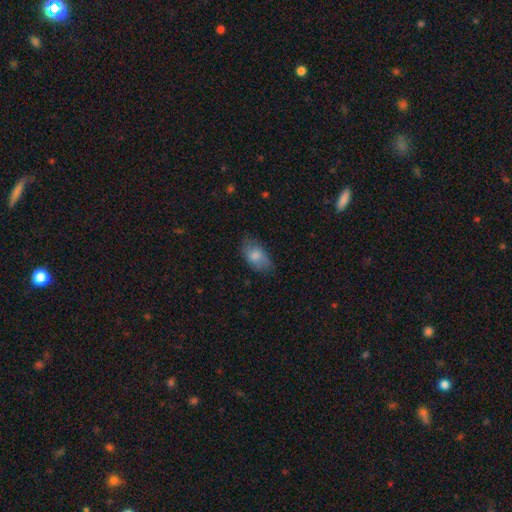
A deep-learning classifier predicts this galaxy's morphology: A smooth galaxy with no disk features (75%) that is in between round and cigar-shaped (91%).

Vote fractions:
- Smooth or featured? smooth: 75% / featured or disk: 18% / star or artifact: 7%
- How rounded? in between: 91% / round: 7% / cigar-shaped: 2%
- Merging? none: 63% / minor disturbance: 27% / major disturbance: 9% / merger: 1%